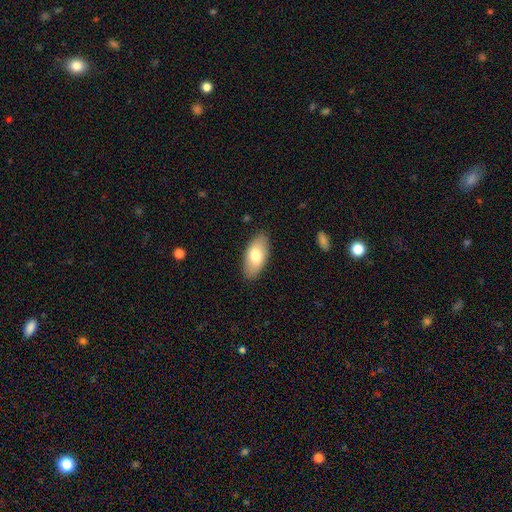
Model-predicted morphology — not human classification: smooth-or-featured: smooth: 74% | featured or disk: 20% | star or artifact: 6%
  how-rounded: in between: 93% | cigar-shaped: 5% | round: 3%
  merging: none: 87% | minor disturbance: 9% | major disturbance: 2% | merger: 1%